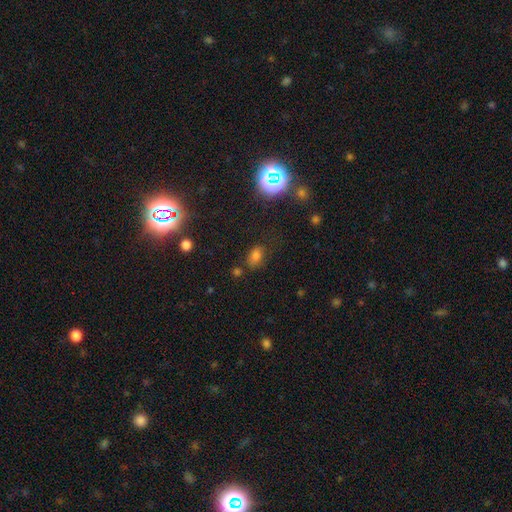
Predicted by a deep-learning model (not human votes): This appears to be a smooth galaxy with no disk features (68%) that is in between round and cigar-shaped (81%). Merging: none (72%).